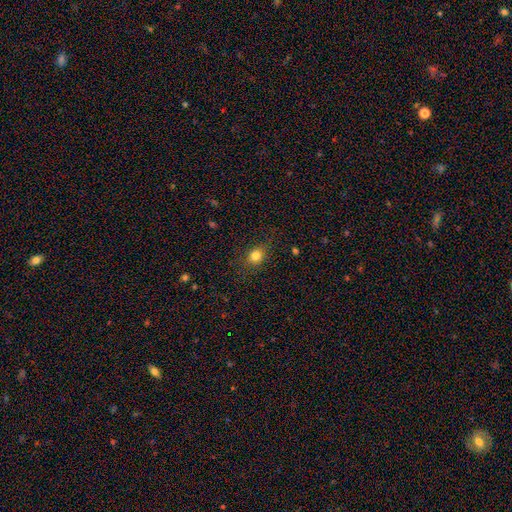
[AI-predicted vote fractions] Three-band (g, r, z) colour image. It shows a smooth galaxy with no disk features (80%) that is round (63%). Merging: none (81%).